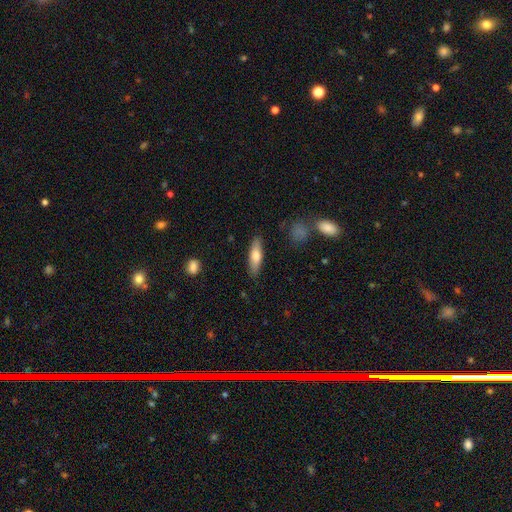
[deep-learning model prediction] smooth 67%, featured or disk 27%, star or artifact 6%. Down the decision tree: how rounded — cigar-shaped (59%); merging — none (86%).